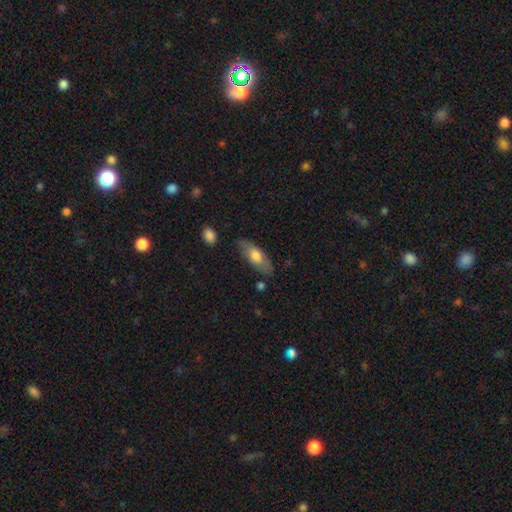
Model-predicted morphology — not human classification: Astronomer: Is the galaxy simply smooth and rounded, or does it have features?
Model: smooth — 64%.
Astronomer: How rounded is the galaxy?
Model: in between — 73%.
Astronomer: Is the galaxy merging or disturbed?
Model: none — 77%.